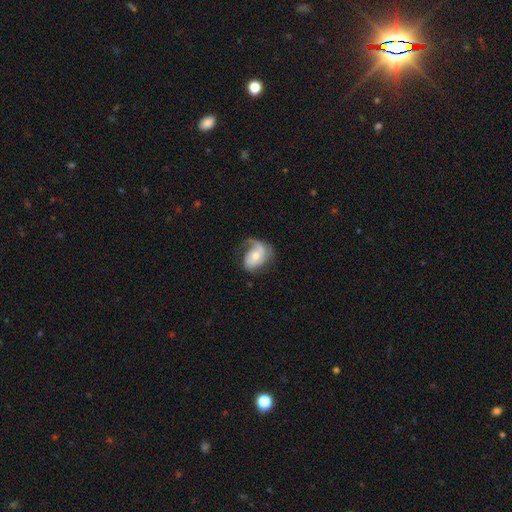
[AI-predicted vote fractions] smooth_or_featured: featured or disk (p=0.64) [alt: smooth p=0.29]
disk_edge_on: no (p=0.96) [alt: yes p=0.04]
bar: no (p=0.64) [alt: weak p=0.28]
has_spiral_arms: yes (p=0.86) [alt: no p=0.14]
spiral_winding: loose (p=0.39) [alt: medium p=0.37]
spiral_arm_count: 1 (p=0.57) [alt: 2 p=0.30]
bulge_size: moderate (p=0.60) [alt: small p=0.32]
merging: none (p=0.42) [alt: major disturbance p=0.29]